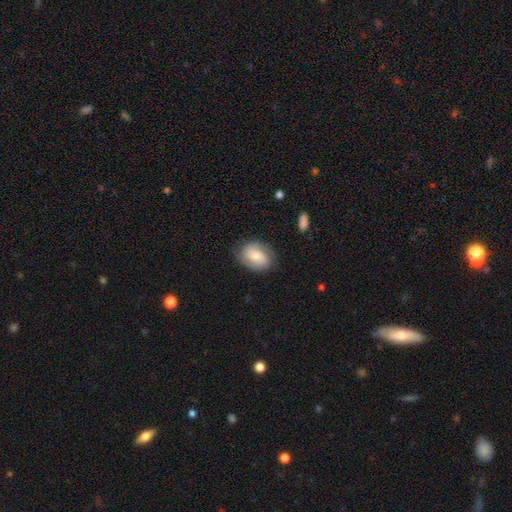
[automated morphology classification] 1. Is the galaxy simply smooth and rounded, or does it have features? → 53% smooth, 39% featured or disk, 7% star or artifact.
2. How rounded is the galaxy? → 71% in between, 28% round, 1% cigar-shaped.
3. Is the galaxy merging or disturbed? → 77% none, 17% minor disturbance, 5% major disturbance, 1% merger.